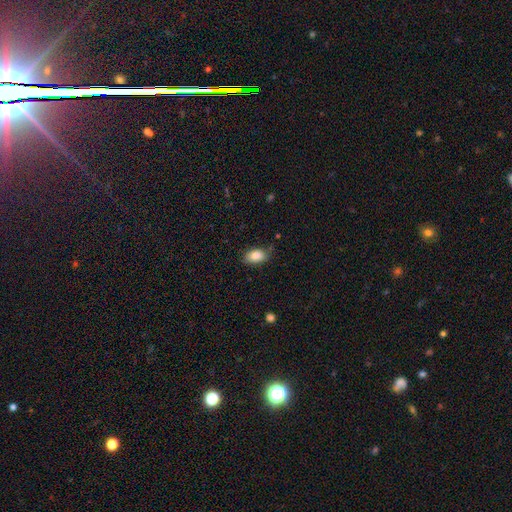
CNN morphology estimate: A smooth galaxy with no disk features (88%) that is in between round and cigar-shaped (92%). Merging: none (80%).